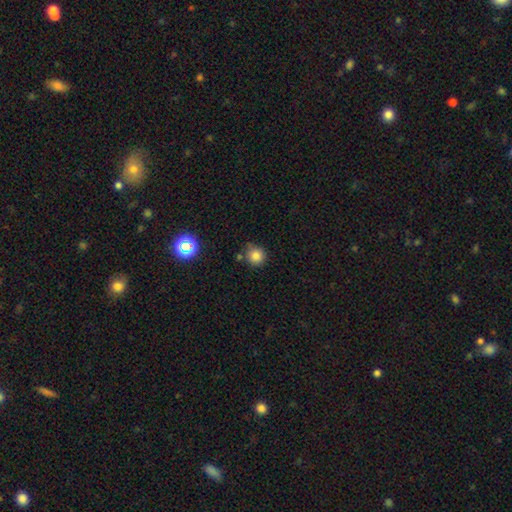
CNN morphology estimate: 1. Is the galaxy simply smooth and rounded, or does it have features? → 81% smooth, 13% star or artifact, 6% featured or disk.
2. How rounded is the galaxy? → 93% round, 6% in between, 1% cigar-shaped.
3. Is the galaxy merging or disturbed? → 76% none, 14% minor disturbance, 7% merger, 3% major disturbance.